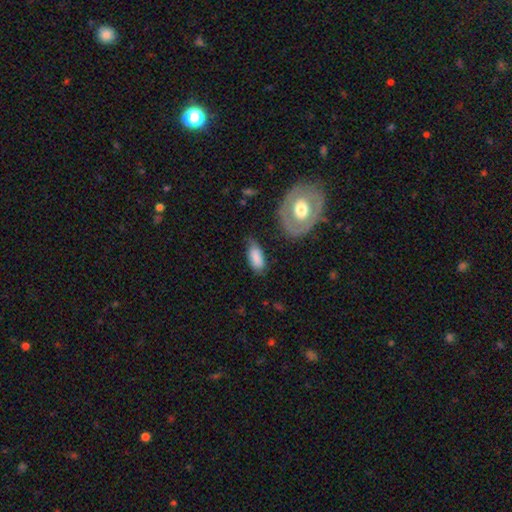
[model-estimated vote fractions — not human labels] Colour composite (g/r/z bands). It shows a smooth galaxy with no disk features (80%) that is in between round and cigar-shaped (88%). Merging: none (57%).